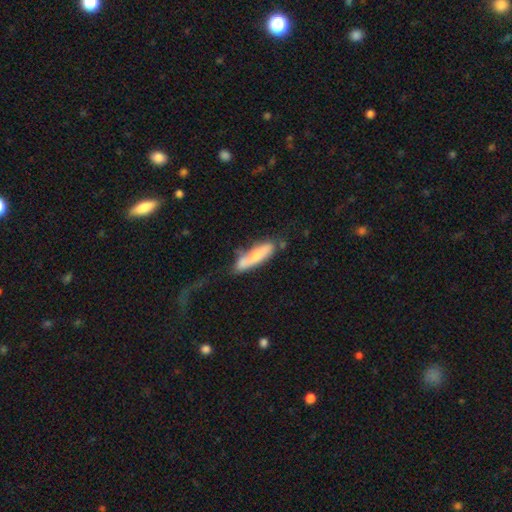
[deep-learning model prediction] Smooth or featured: smooth — 59% (featured or disk — 35%)
How rounded: cigar-shaped — 73% (in between — 26%)
Merging: none — 47% (minor disturbance — 26%)